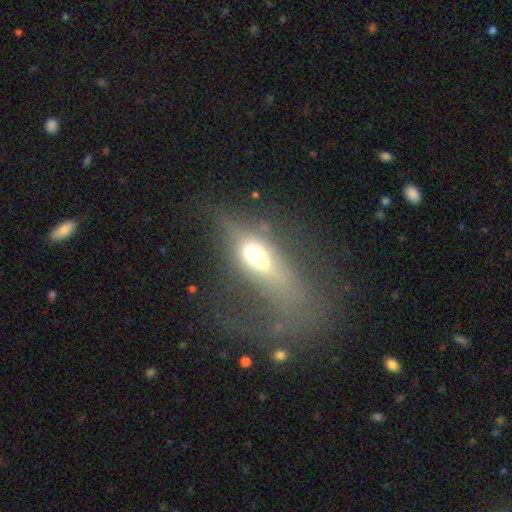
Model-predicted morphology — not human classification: Smooth or featured? smooth (45%)
Merging? major disturbance (53%)